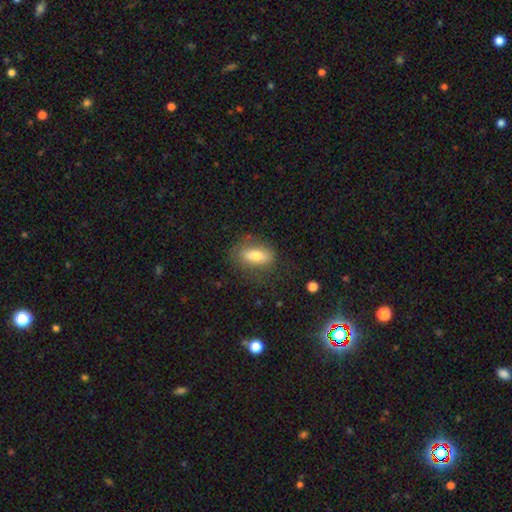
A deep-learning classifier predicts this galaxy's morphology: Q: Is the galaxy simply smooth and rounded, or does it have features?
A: smooth — 69%.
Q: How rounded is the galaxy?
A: in between — 80%.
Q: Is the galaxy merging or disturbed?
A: none — 72%.